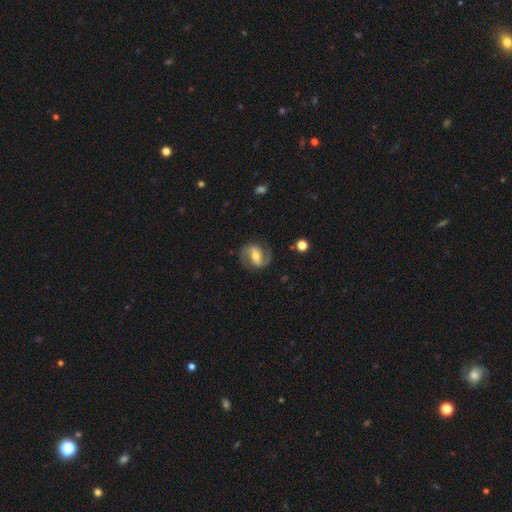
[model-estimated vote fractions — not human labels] A featured or disk galaxy (83%) with a strong bar (47%), 2 (92%) medium (55%) spiral arms (94%) and a moderate central bulge (60%).

Vote fractions:
- Smooth or featured? featured or disk: 83% / smooth: 12% / star or artifact: 6%
- Edge-on disk? no: 97% / yes: 3%
- Bar? strong: 47% / weak: 37% / no: 17%
- Spiral arms? yes: 94% / no: 6%
- Spiral winding? medium: 55% / tight: 23% / loose: 22%
- Spiral arm count? 2: 92% / can't tell: 3% / 1: 2% / 3: 1% / 4: 1% / more than 4: 1%
- Bulge size? moderate: 60% / small: 29% / large: 7% / none: 2% / dominant: 1%
- Merging? none: 82% / minor disturbance: 11% / major disturbance: 5% / merger: 1%